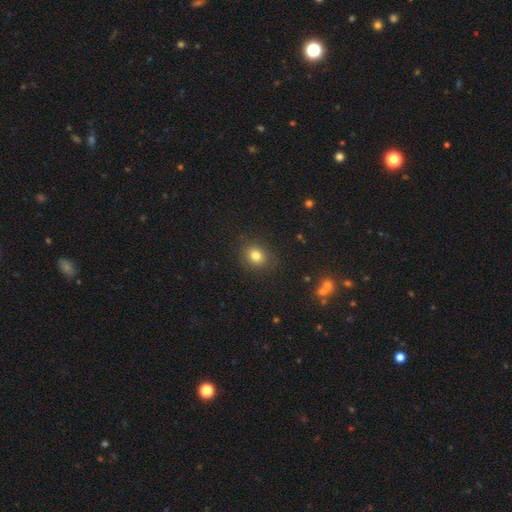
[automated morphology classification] This is likely a smooth galaxy (79%). How rounded: likely round (64%). Merging: clearly none (85%).